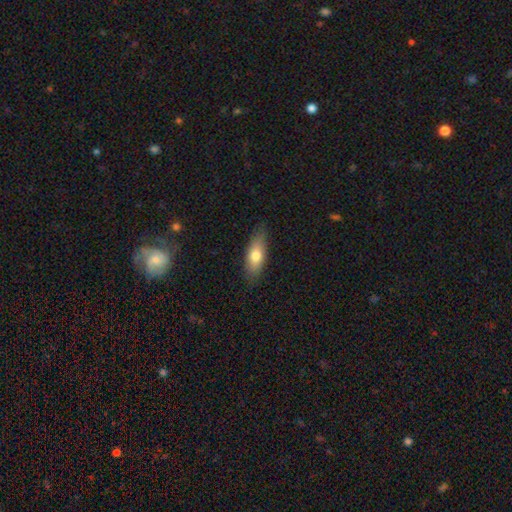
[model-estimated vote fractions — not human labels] The model was most divided on "how rounded": in between: 71%, cigar-shaped: 26%, round: 3%. More confident: merging — none (82%); smooth or featured — smooth (73%).